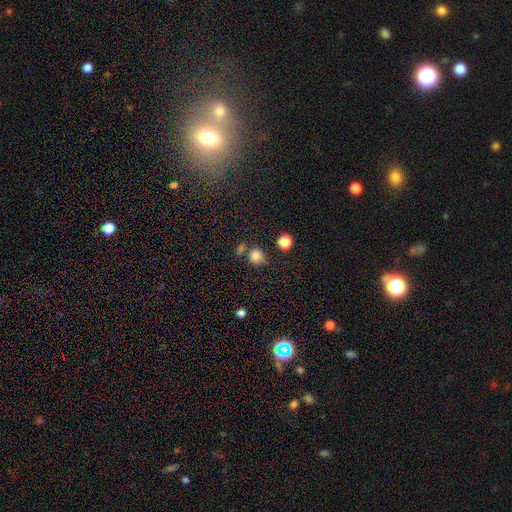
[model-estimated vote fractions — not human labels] A smooth galaxy with no disk features (82%) that is round (82%). Merging: none (67%).